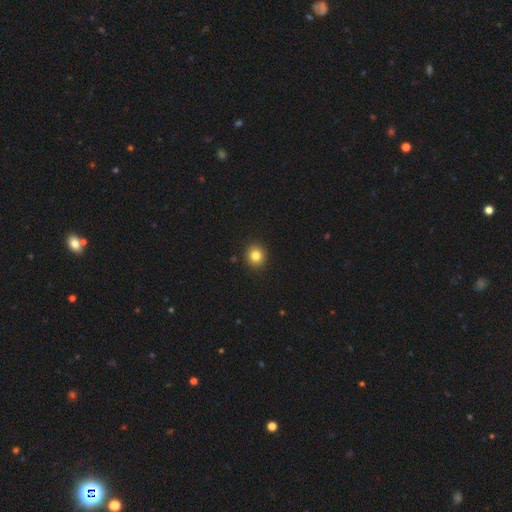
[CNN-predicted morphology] smooth_or_featured: smooth (p=0.82) [alt: star or artifact p=0.11]
how_rounded: round (p=0.90) [alt: in between p=0.09]
merging: none (p=0.92) [alt: minor disturbance p=0.05]